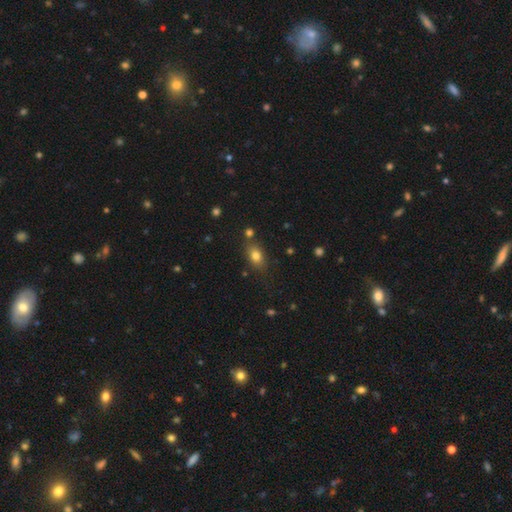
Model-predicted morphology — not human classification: Smooth or featured?
  - smooth: 79% *
  - star or artifact: 11%
  - featured or disk: 10%
How rounded?
  - in between: 79% *
  - round: 17%
  - cigar-shaped: 4%
Merging?
  - none: 74% *
  - minor disturbance: 14%
  - merger: 8%
  - major disturbance: 4%